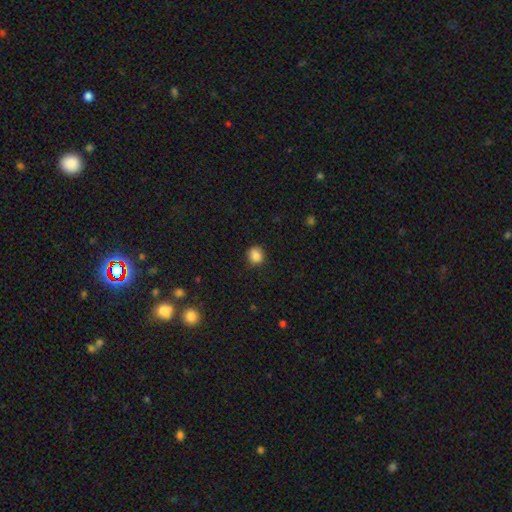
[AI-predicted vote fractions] Overall: smooth (86%). How rounded: round (78%). Merging: none (80%).